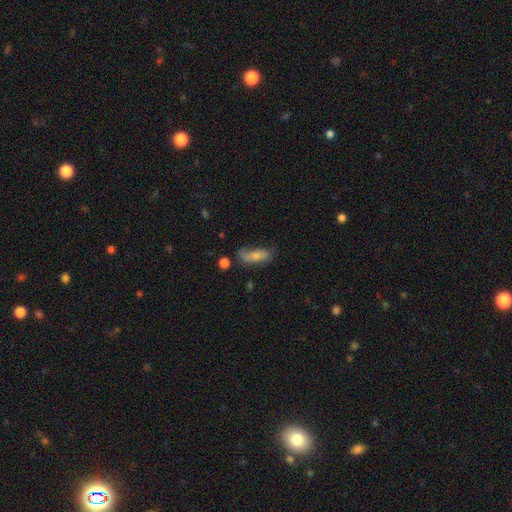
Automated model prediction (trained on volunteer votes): smooth 70%, featured or disk 22%, star or artifact 8%. Down the decision tree: how rounded — in between (70%); merging — none (49%).